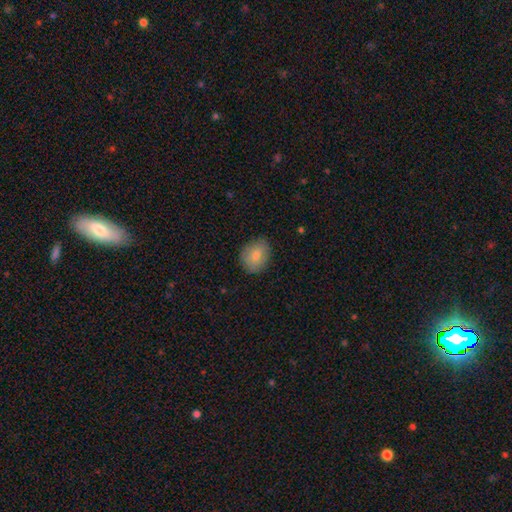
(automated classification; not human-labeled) Smooth or featured? smooth (80%)
How rounded? round (52%)
Merging? none (81%)